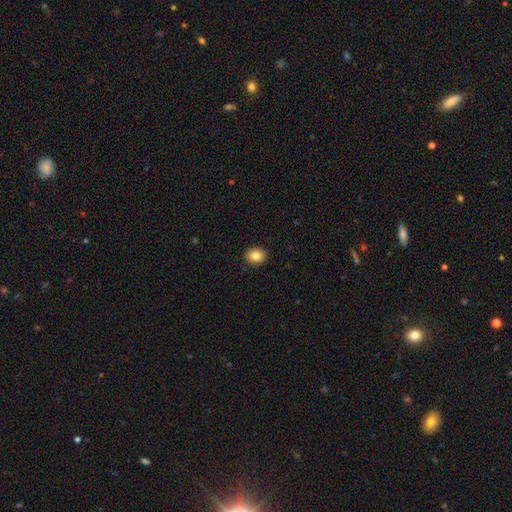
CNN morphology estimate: Smooth or featured? smooth (83%)
How rounded? round (73%)
Merging? none (92%)